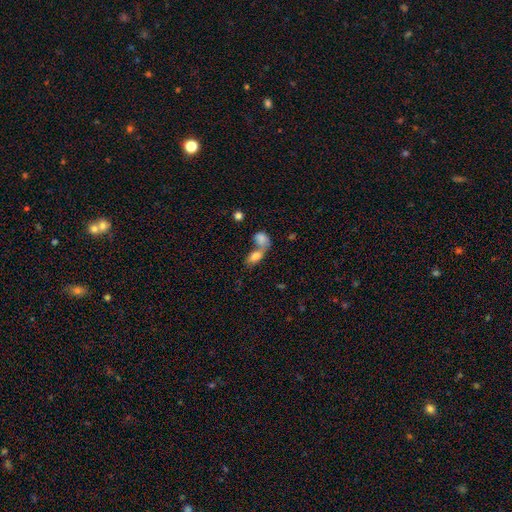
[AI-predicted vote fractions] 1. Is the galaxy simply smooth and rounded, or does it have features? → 78% smooth, 13% featured or disk, 9% star or artifact.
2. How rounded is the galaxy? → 87% in between, 9% round, 4% cigar-shaped.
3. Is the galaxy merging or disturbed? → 66% merger, 22% none, 7% minor disturbance, 5% major disturbance.